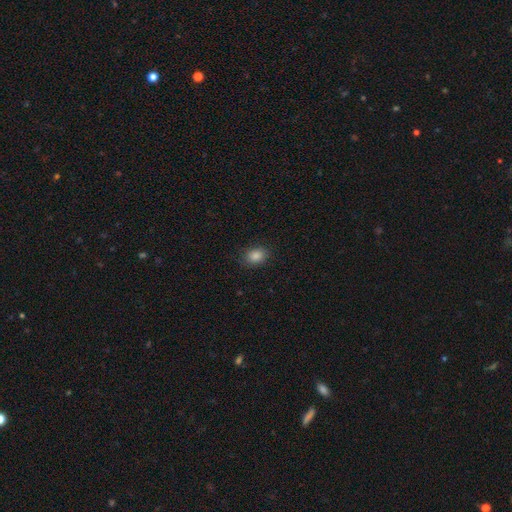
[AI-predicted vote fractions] Smooth or featured: smooth — 85% (star or artifact — 11%)
How rounded: in between — 63% (round — 35%)
Merging: none — 86% (minor disturbance — 10%)